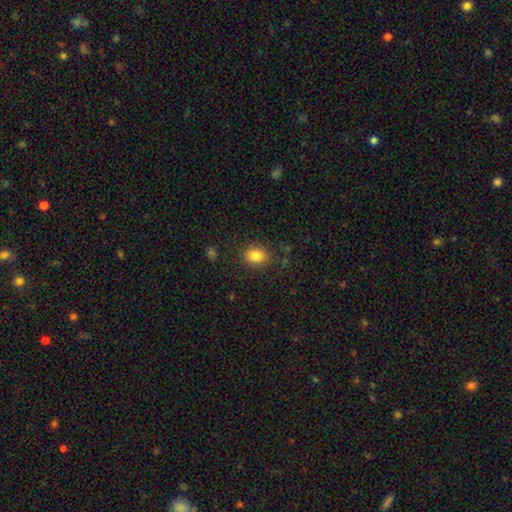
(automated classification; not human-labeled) This appears to be a smooth galaxy with no disk features (84%) that is round (53%). Merging: none (85%).